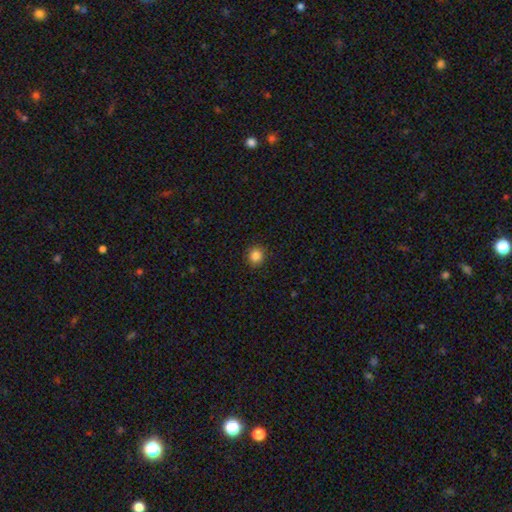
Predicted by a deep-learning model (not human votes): A smooth galaxy with no disk features (85%) that is round (92%).

Vote fractions:
- Smooth or featured? smooth: 85% / star or artifact: 11% / featured or disk: 4%
- How rounded? round: 92% / in between: 8% / cigar-shaped: 1%
- Merging? none: 92% / minor disturbance: 6% / major disturbance: 2% / merger: 1%